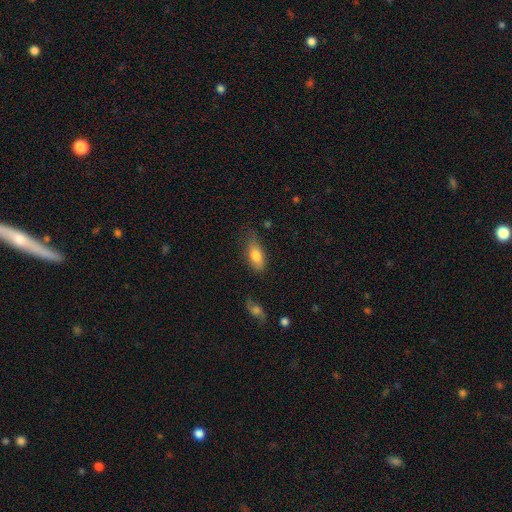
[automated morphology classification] This appears to be a smooth galaxy with no disk features (79%) that is in between round and cigar-shaped (83%). Merging: none (65%).